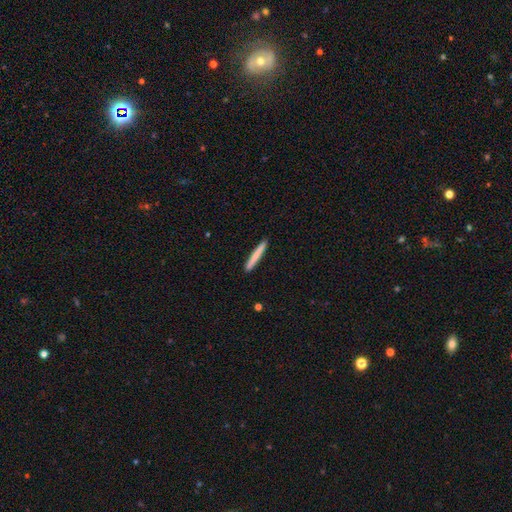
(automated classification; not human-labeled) Smooth or featured: smooth — 74% (featured or disk — 21%)
How rounded: cigar-shaped — 96% (in between — 2%)
Merging: none — 91% (minor disturbance — 6%)